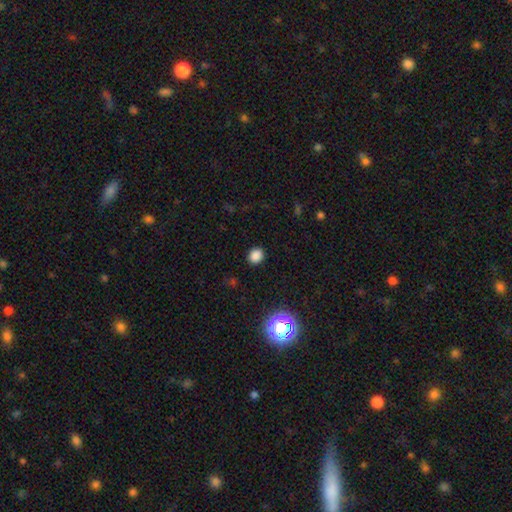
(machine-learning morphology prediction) Smooth or featured? smooth (83%)
How rounded? round (68%)
Merging? none (89%)